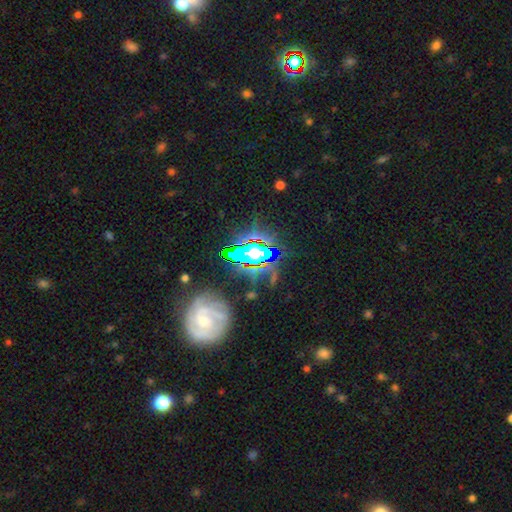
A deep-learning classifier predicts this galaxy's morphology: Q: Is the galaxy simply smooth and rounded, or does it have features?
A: star or artifact — 56%.